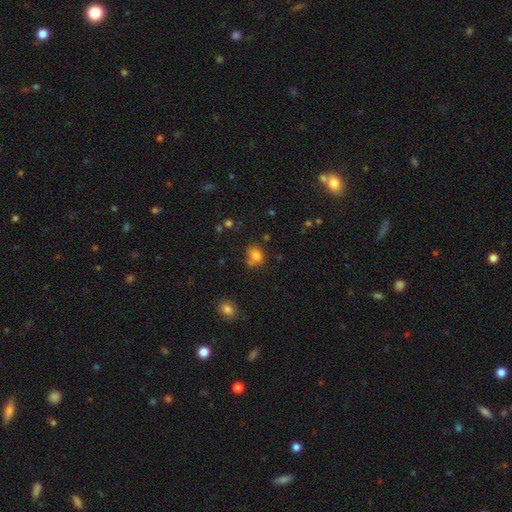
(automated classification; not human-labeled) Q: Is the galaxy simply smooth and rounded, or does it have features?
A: smooth — 76%.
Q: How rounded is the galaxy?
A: round — 53%.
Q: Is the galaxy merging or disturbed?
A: none — 50%.